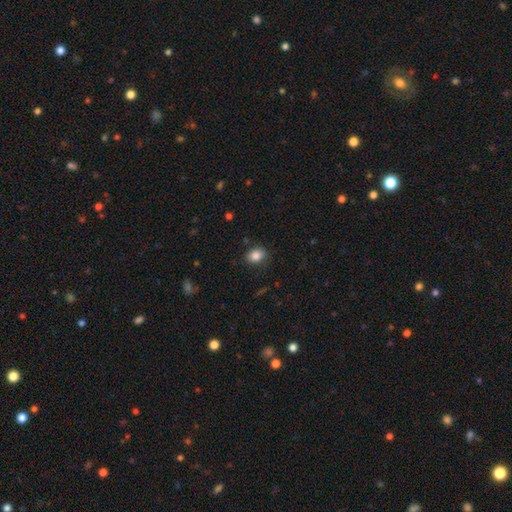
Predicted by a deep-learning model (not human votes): Smooth or featured? smooth (85%)
How rounded? in between (64%)
Merging? none (83%)